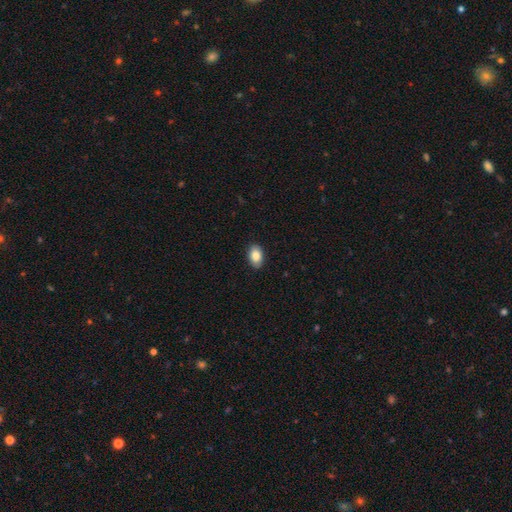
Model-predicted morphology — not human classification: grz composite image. It shows a smooth galaxy with no disk features (87%) that is in between round and cigar-shaped (89%). Merging: none (88%).